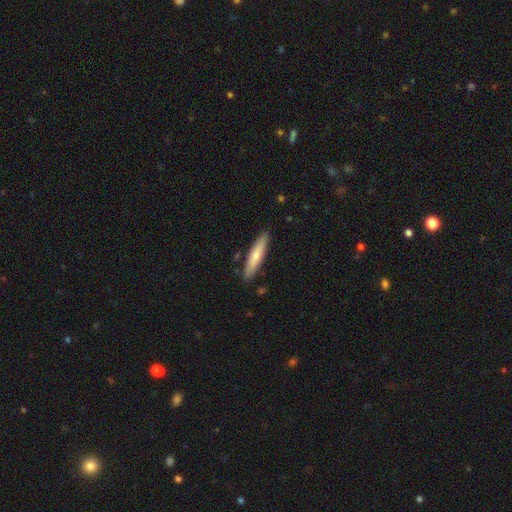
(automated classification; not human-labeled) Smooth or featured?
  - smooth: 65% *
  - featured or disk: 29%
  - star or artifact: 6%
How rounded?
  - cigar-shaped: 85% *
  - in between: 14%
  - round: 1%
Merging?
  - none: 88% *
  - minor disturbance: 9%
  - merger: 2%
  - major disturbance: 2%